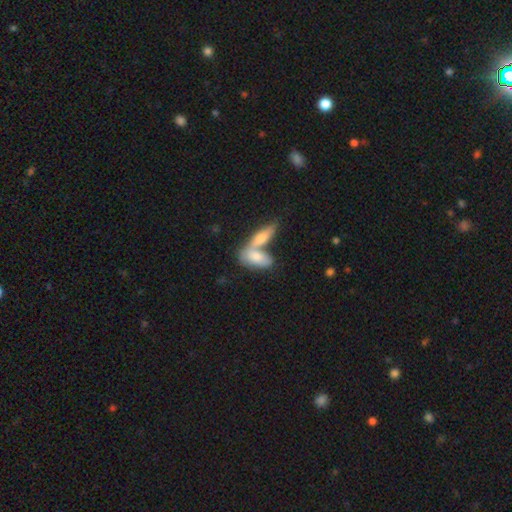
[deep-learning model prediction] smooth-or-featured: smooth: 72% | featured or disk: 21% | star or artifact: 7%
  how-rounded: in between: 80% | cigar-shaped: 17% | round: 3%
  merging: merger: 63% | none: 26% | minor disturbance: 8% | major disturbance: 4%